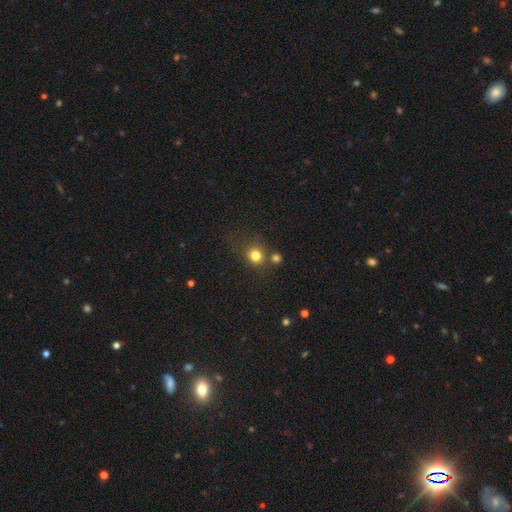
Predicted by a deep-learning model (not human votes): Overall: smooth (79%). How rounded: round (82%). Merging: none (66%).